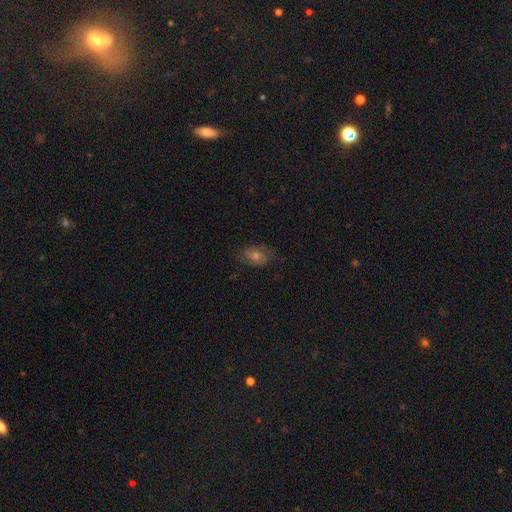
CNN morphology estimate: featured or disk 49%, smooth 33%, star or artifact 18%. Down the decision tree: merging — none (74%).